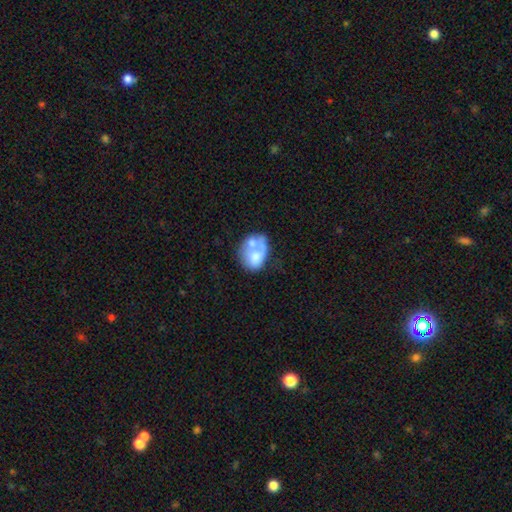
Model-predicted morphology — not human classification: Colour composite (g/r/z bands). It shows a smooth galaxy with no disk features (54%) that is in between round and cigar-shaped (67%). Merging: merger (39%).